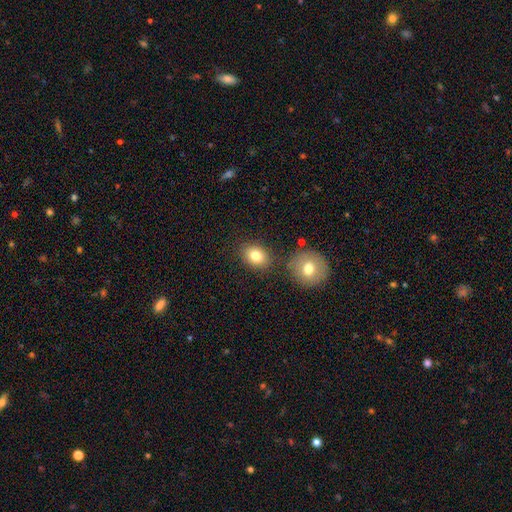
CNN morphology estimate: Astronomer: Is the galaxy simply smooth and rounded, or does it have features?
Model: smooth — 80%.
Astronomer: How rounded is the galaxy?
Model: in between — 59% (runner-up: round, 40%).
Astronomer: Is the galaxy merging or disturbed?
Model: none — 77%.